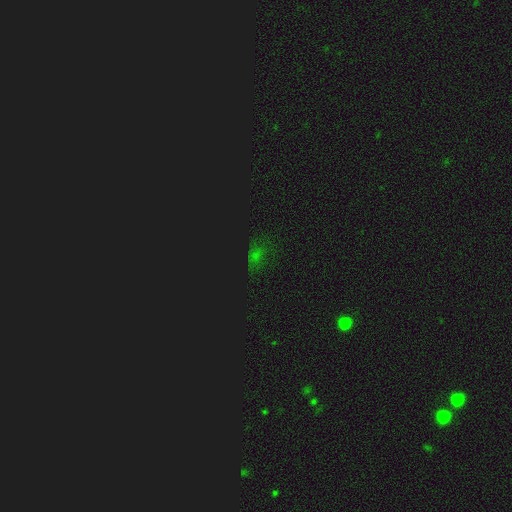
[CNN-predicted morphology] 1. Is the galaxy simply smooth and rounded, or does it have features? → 58% star or artifact, 32% smooth, 10% featured or disk.